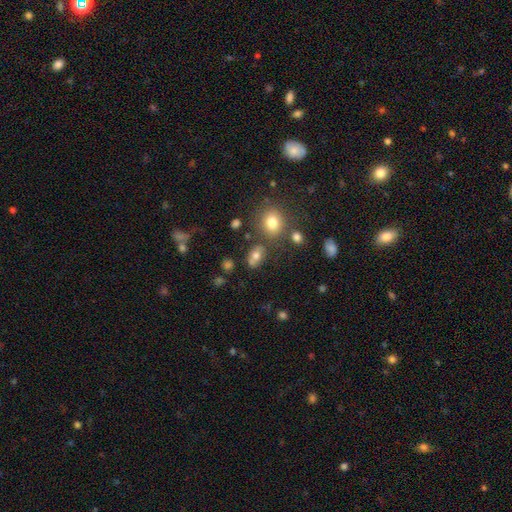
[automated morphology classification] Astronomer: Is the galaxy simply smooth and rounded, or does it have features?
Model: smooth — 72%.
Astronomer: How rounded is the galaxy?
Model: in between — 74%.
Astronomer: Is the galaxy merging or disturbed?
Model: none — 67%.